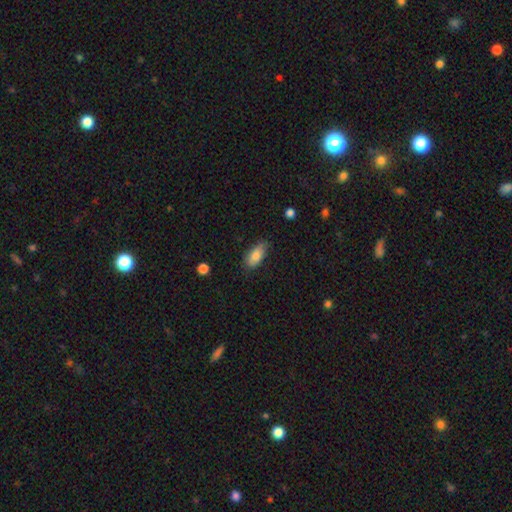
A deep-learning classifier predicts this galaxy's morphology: Q: Smooth or featured?
A: smooth (82%); runner-up: featured or disk (11%)
Q: How rounded?
A: in between (88%); runner-up: cigar-shaped (9%)
Q: Merging?
A: none (67%); runner-up: minor disturbance (27%)